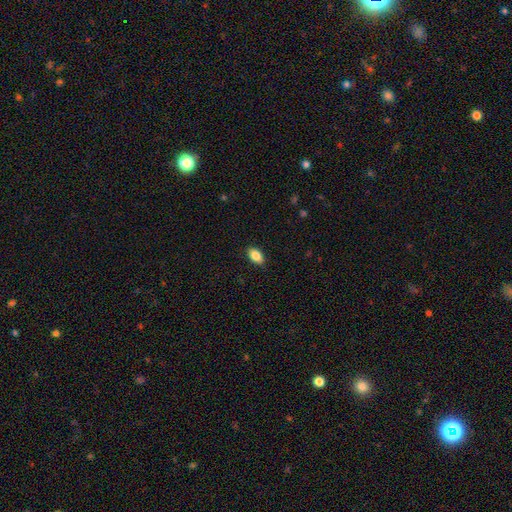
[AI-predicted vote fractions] smooth_or_featured: smooth (p=0.85) [alt: star or artifact p=0.08]
how_rounded: in between (p=0.91) [alt: round p=0.05]
merging: none (p=0.88) [alt: minor disturbance p=0.09]